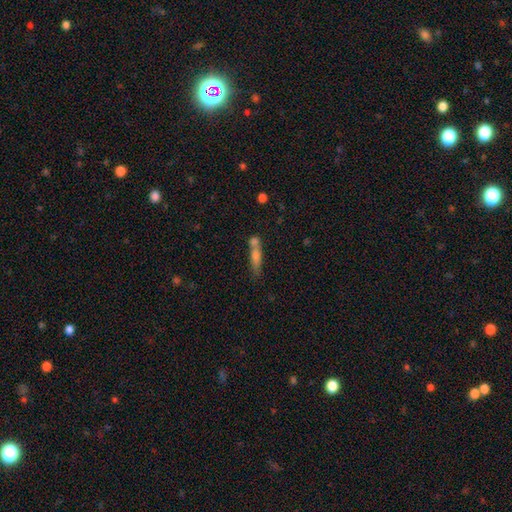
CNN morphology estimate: smooth 64%, featured or disk 27%, star or artifact 9%. Down the decision tree: how rounded — cigar-shaped (76%); merging — merger (41%, tied with none).